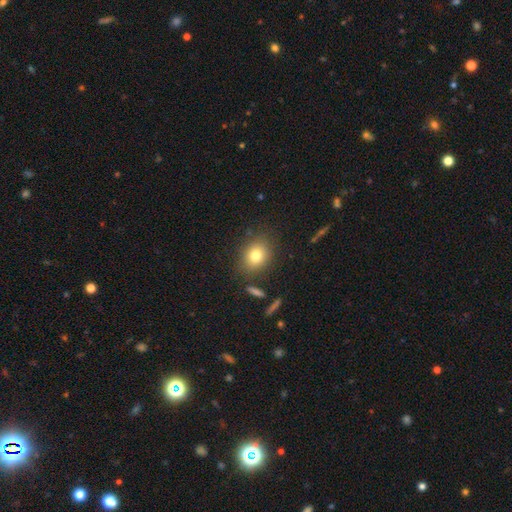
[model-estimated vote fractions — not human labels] smooth_or_featured: smooth (p=0.77) [alt: star or artifact p=0.12]
how_rounded: round (p=0.54) [alt: in between p=0.44]
merging: none (p=0.82) [alt: minor disturbance p=0.11]